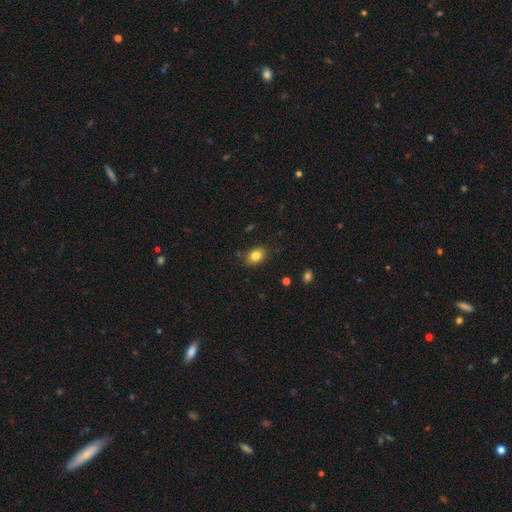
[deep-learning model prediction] Overall: smooth (82%). How rounded: in between (73%). Merging: none (84%).